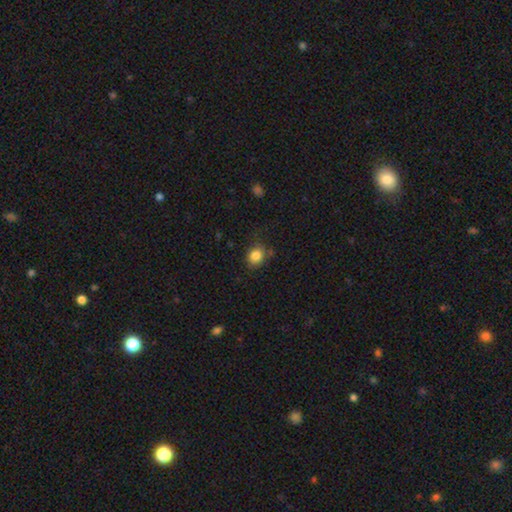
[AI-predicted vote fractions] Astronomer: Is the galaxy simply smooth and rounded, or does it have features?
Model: smooth — 84%.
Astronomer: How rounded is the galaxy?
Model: round — 60% (runner-up: in between, 39%).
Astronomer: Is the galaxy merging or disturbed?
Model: none — 73%.